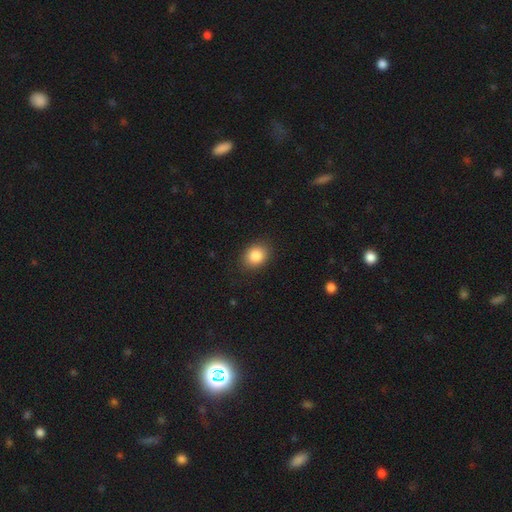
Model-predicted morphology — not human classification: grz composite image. It shows a smooth galaxy with no disk features (86%) that is round (50%). Merging: none (87%).